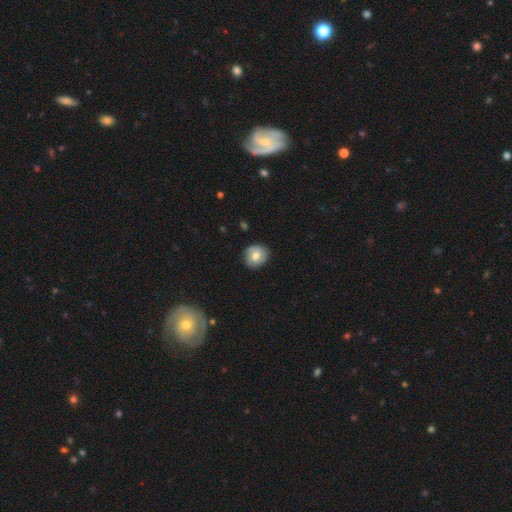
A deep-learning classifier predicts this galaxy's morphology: smooth-or-featured: smooth: 65% | featured or disk: 27% | star or artifact: 8%
  how-rounded: round: 79% | in between: 20% | cigar-shaped: 1%
  merging: none: 81% | minor disturbance: 15% | major disturbance: 3% | merger: 1%